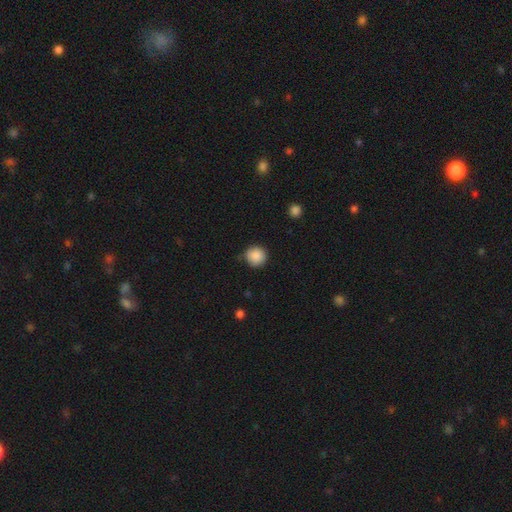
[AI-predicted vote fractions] A smooth galaxy with no disk features (88%) that is round (95%). Merging: none (81%).